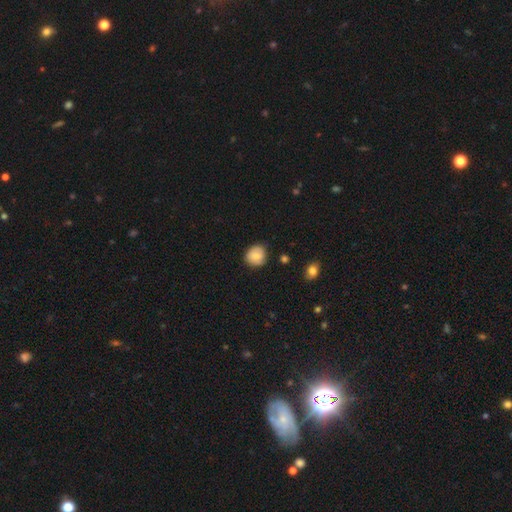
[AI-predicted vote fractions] smooth 75%, featured or disk 17%, star or artifact 8%. Down the decision tree: how rounded — round (81%); merging — none (77%).